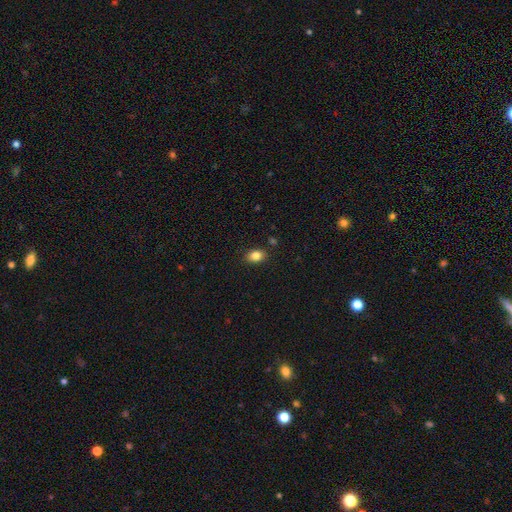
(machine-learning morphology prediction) Smooth or featured?
  - smooth: 84% *
  - star or artifact: 10%
  - featured or disk: 6%
How rounded?
  - in between: 72% *
  - round: 27%
  - cigar-shaped: 1%
Merging?
  - none: 87% *
  - minor disturbance: 9%
  - major disturbance: 2%
  - merger: 2%